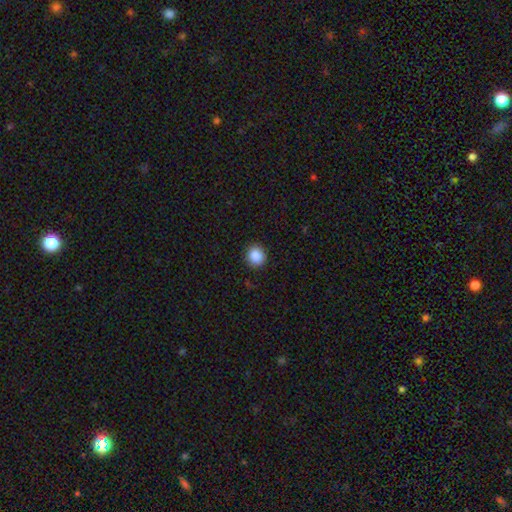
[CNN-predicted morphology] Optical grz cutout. It shows a smooth galaxy with no disk features (88%) that is round (85%). Merging: none (90%).